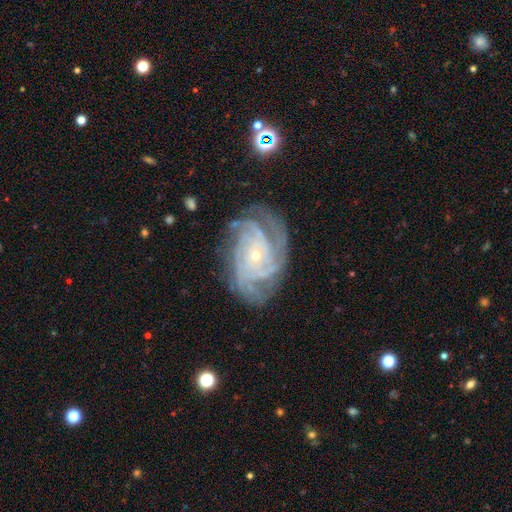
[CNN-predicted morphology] smooth_or_featured: featured or disk (p=0.90) [alt: star or artifact p=0.05]
disk_edge_on: no (p=0.97) [alt: yes p=0.03]
bar: no (p=0.76) [alt: weak p=0.18]
has_spiral_arms: yes (p=0.98) [alt: no p=0.02]
spiral_winding: tight (p=0.68) [alt: medium p=0.28]
spiral_arm_count: 4 (p=0.35) [alt: 3 p=0.20]
bulge_size: small (p=0.79) [alt: moderate p=0.18]
merging: none (p=0.73) [alt: minor disturbance p=0.18]